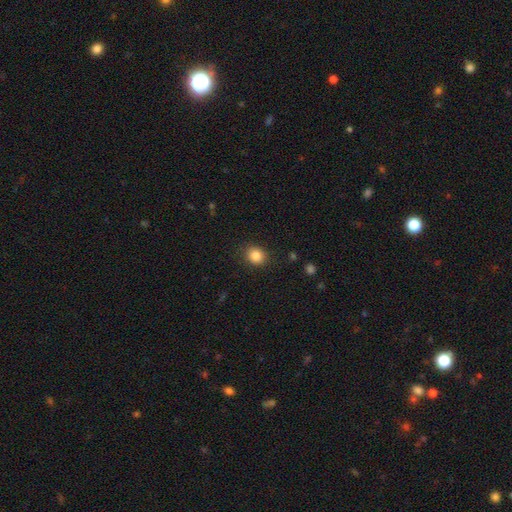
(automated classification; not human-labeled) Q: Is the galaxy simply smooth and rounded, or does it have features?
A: smooth — 85%.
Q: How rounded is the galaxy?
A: round — 67%.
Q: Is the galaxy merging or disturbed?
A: none — 87%.